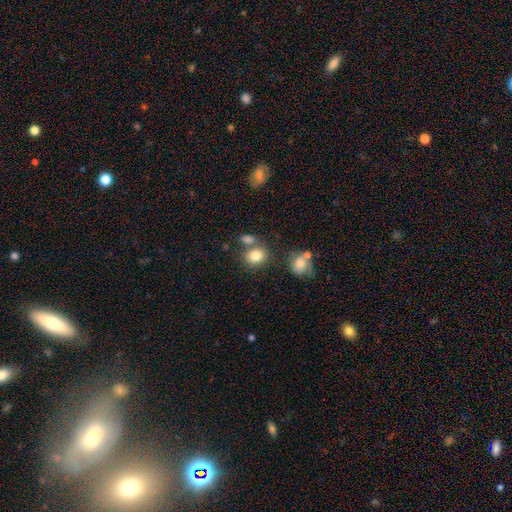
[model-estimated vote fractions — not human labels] A smooth galaxy with no disk features (82%) that is round (57%).

Vote fractions:
- Smooth or featured? smooth: 82% / star or artifact: 10% / featured or disk: 8%
- How rounded? round: 57% / in between: 41% / cigar-shaped: 1%
- Merging? none: 59% / merger: 22% / minor disturbance: 13% / major disturbance: 6%